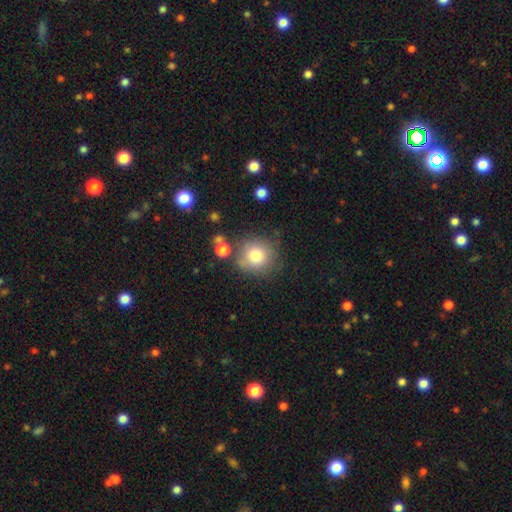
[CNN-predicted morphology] This appears to be a smooth galaxy with no disk features (79%) that is round (90%). Merging: none (72%).